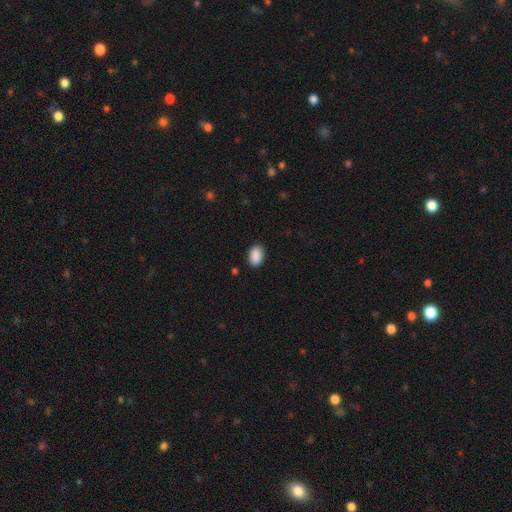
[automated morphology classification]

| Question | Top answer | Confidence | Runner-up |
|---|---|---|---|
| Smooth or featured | smooth | 90% | star or artifact (7%) |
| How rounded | in between | 89% | round (10%) |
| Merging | none | 87% | minor disturbance (9%) |